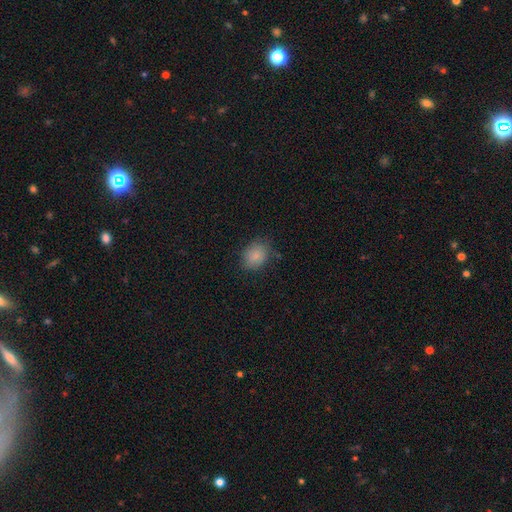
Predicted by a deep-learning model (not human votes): Smooth or featured? smooth (86%)
How rounded? in between (54%)
Merging? none (78%)